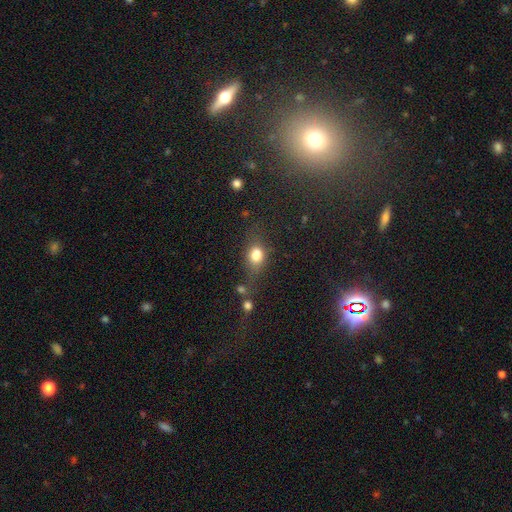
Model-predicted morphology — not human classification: Smooth or featured? smooth (78%)
How rounded? in between (58%)
Merging? none (55%)